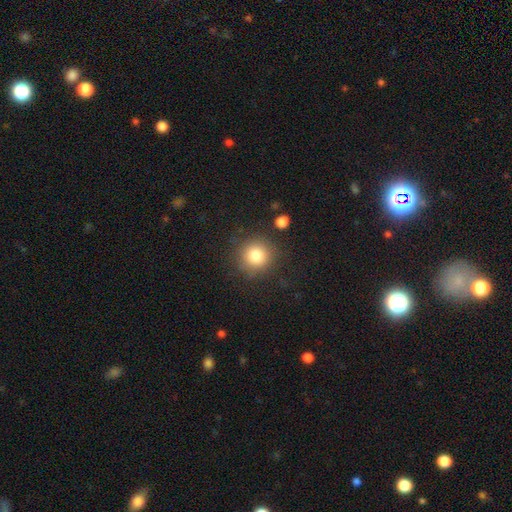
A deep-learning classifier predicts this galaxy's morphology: Smooth or featured: smooth — 81% (star or artifact — 11%)
How rounded: round — 92% (in between — 7%)
Merging: none — 85% (minor disturbance — 9%)